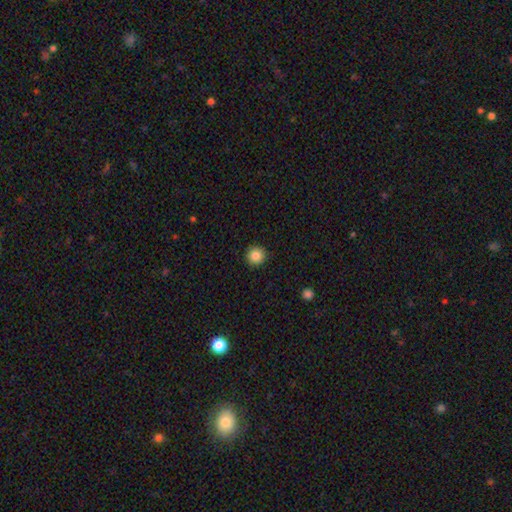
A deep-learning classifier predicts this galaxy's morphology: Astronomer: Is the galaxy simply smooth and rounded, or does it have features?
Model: smooth — 85%.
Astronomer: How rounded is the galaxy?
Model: round — 95%.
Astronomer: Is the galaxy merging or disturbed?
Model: none — 93%.